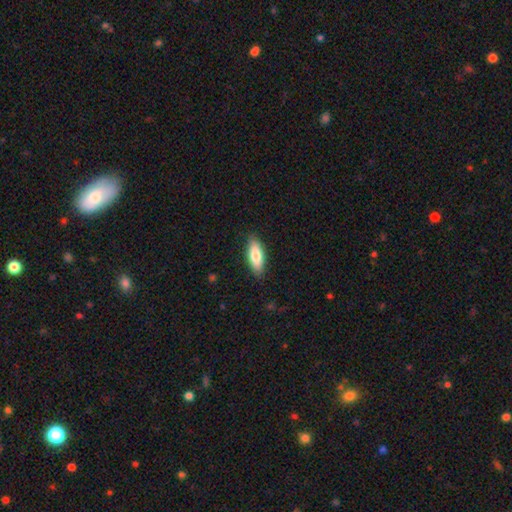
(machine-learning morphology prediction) Smooth or featured? smooth (78%)
How rounded? in between (67%)
Merging? none (87%)